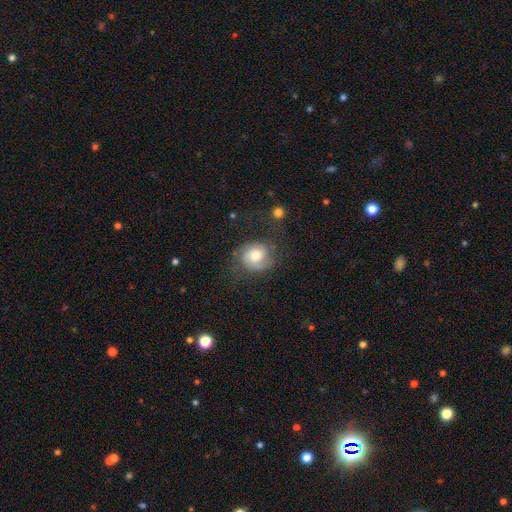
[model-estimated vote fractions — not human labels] Smooth or featured: smooth — 49% (featured or disk — 42%)
Merging: none — 59% (minor disturbance — 23%)